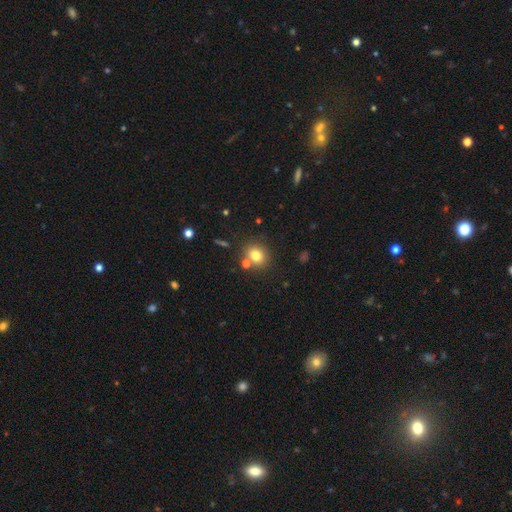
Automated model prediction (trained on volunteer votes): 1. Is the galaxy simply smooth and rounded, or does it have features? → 78% smooth, 12% star or artifact, 10% featured or disk.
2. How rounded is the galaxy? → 75% round, 24% in between, 1% cigar-shaped.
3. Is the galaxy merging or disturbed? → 74% none, 13% merger, 10% minor disturbance, 3% major disturbance.